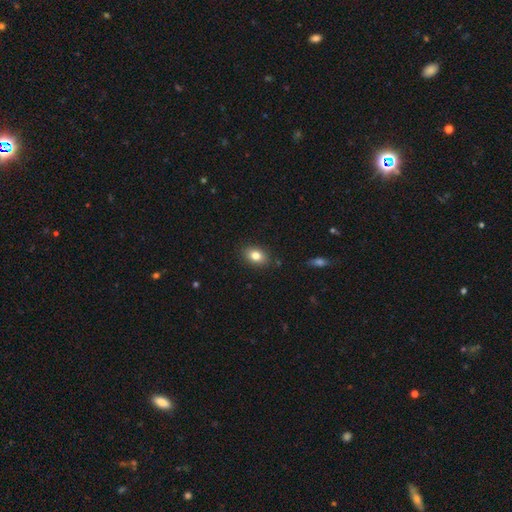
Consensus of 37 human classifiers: smooth_or_featured: smooth (p=0.81) [alt: featured or disk p=0.16]
how_rounded: in between (p=0.77) [alt: round p=0.23]
merging: none (p=0.83) [alt: minor disturbance p=0.08]